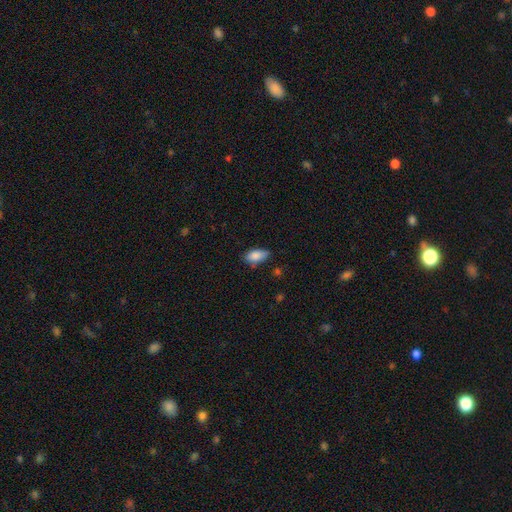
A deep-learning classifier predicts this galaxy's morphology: The model was most divided on "merging": none: 74%, minor disturbance: 20%, major disturbance: 4%, merger: 2%. More confident: how rounded — in between (91%); smooth or featured — smooth (87%).